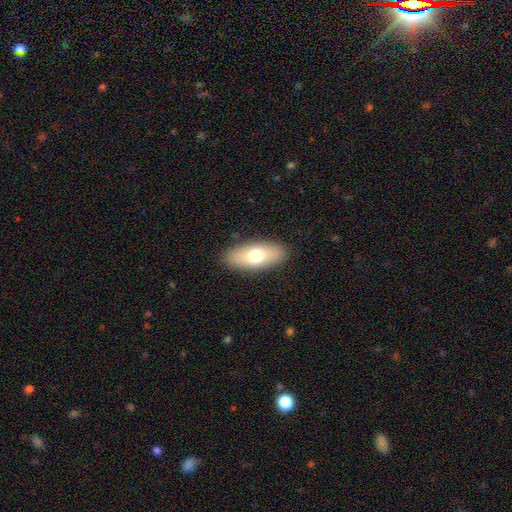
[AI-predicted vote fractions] Smooth or featured? Predicted: smooth (p=0.70). How rounded? Predicted: in between (p=0.83). Merging? Predicted: none (p=0.88).